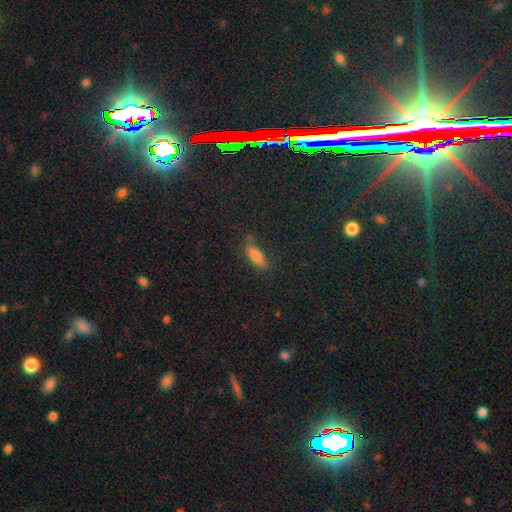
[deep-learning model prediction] Smooth or featured? smooth (77%)
How rounded? in between (72%)
Merging? none (75%)